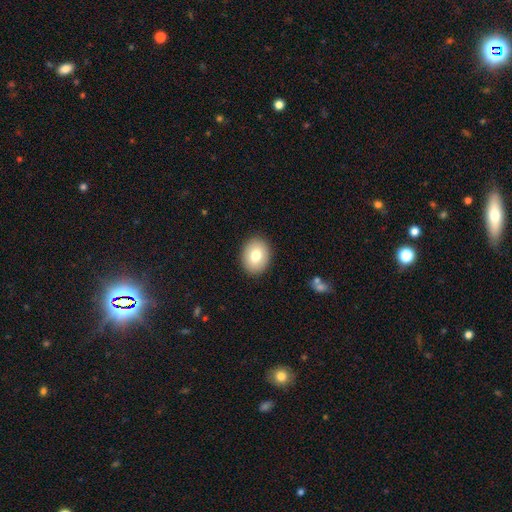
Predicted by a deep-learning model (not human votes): A smooth galaxy with no disk features (78%) that is in between round and cigar-shaped (57%). Merging: none (90%).